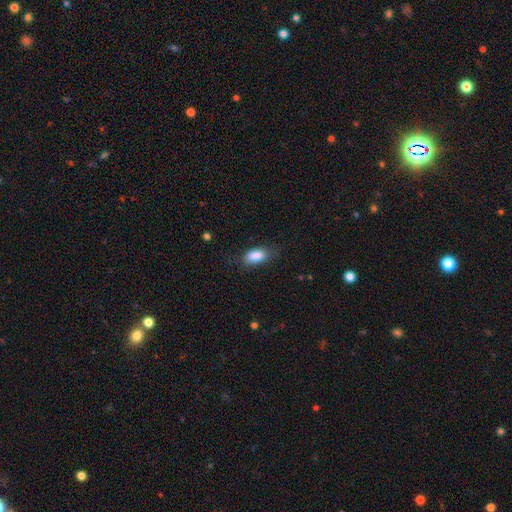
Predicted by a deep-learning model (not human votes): This is clearly a smooth galaxy (85%). How rounded: clearly in between (88%). Merging: likely none (70%).